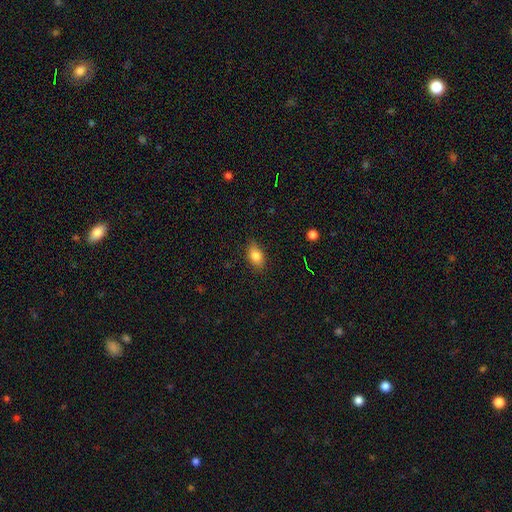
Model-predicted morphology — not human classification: A smooth galaxy with no disk features (83%) that is in between round and cigar-shaped (85%). Merging: none (83%).